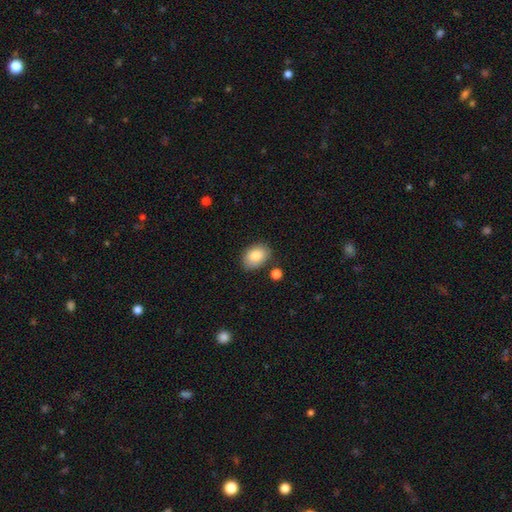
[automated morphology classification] A smooth galaxy with no disk features (84%) that is in between round and cigar-shaped (79%). Merging: none (80%).